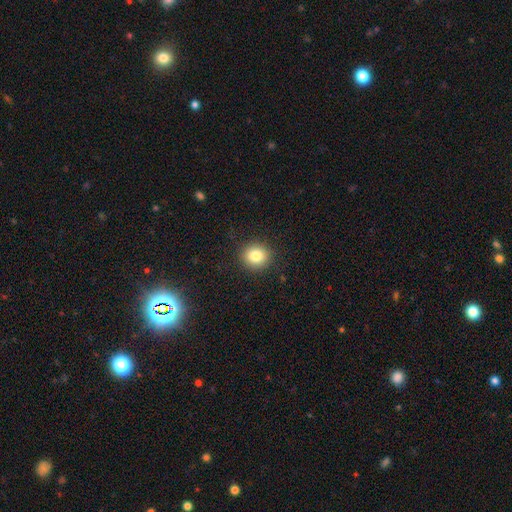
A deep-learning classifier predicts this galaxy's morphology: A smooth galaxy with no disk features (83%) that is round (84%). Merging: none (90%).